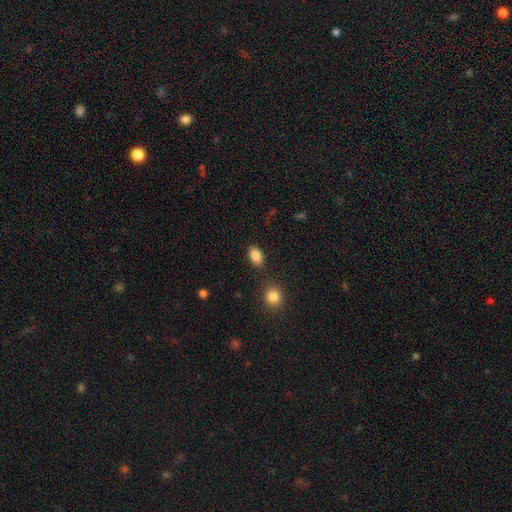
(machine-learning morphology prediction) A smooth galaxy with no disk features (86%) that is in between round and cigar-shaped (88%).

Vote fractions:
- Smooth or featured? smooth: 86% / star or artifact: 9% / featured or disk: 6%
- How rounded? in between: 88% / round: 10% / cigar-shaped: 2%
- Merging? none: 82% / minor disturbance: 10% / merger: 5% / major disturbance: 3%